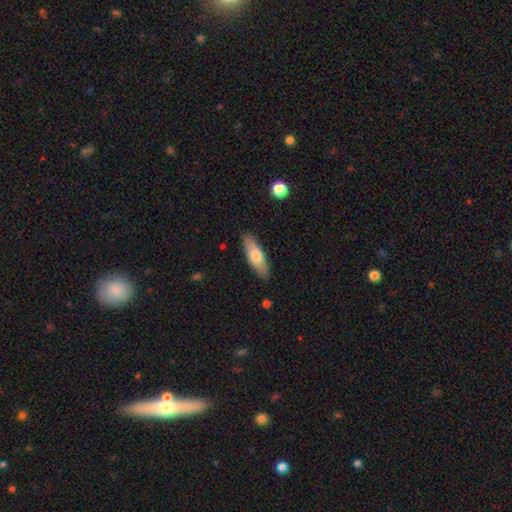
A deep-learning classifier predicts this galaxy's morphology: smooth-or-featured: smooth: 72% | featured or disk: 23% | star or artifact: 6%
  how-rounded: in between: 56% | cigar-shaped: 42% | round: 2%
  merging: none: 86% | minor disturbance: 11% | major disturbance: 2% | merger: 1%